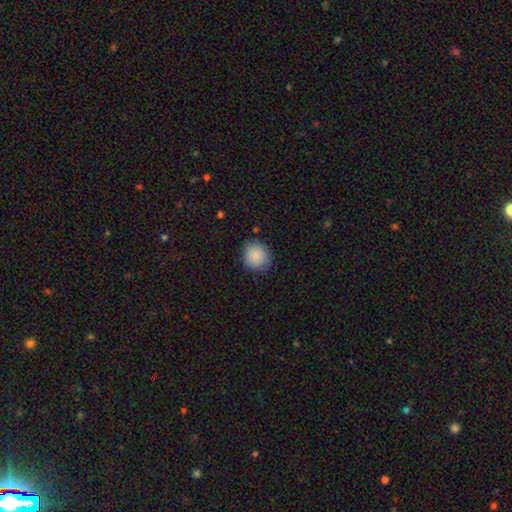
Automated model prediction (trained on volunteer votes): smooth_or_featured: smooth (p=0.87) [alt: star or artifact p=0.08]
how_rounded: round (p=0.87) [alt: in between p=0.12]
merging: none (p=0.85) [alt: minor disturbance p=0.11]